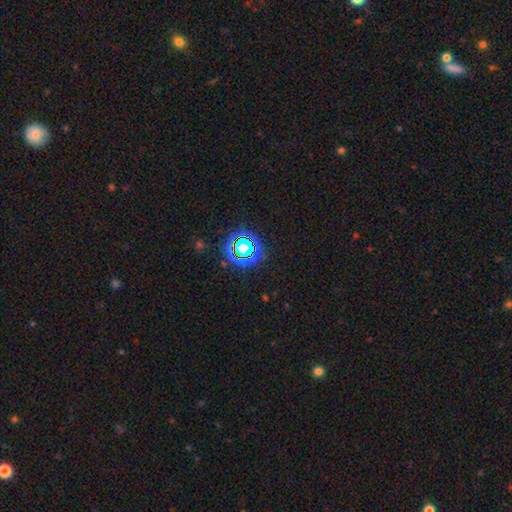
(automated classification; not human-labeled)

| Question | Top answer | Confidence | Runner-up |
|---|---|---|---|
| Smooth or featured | star or artifact | 75% | smooth (17%) |